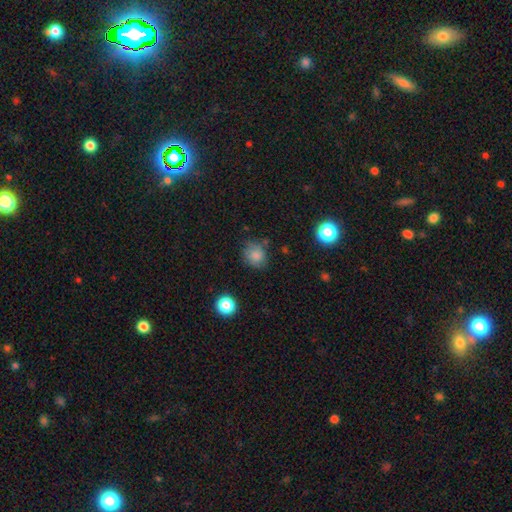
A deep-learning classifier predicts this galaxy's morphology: Smooth or featured?
  - smooth: 77% *
  - star or artifact: 11%
  - featured or disk: 11%
How rounded?
  - round: 71% *
  - in between: 29%
  - cigar-shaped: 1%
Merging?
  - none: 69% *
  - minor disturbance: 22%
  - major disturbance: 6%
  - merger: 3%